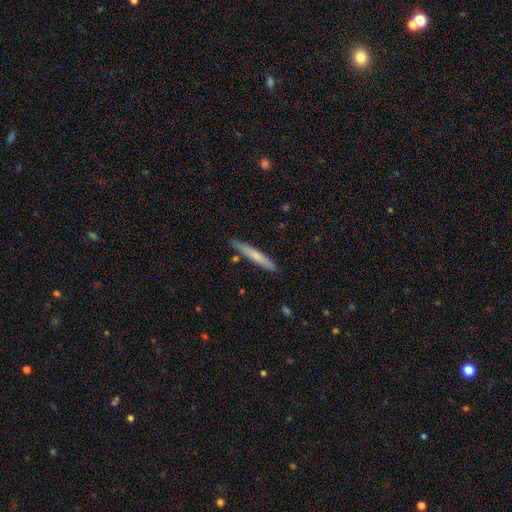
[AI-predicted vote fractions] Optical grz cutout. It shows a smooth galaxy with no disk features (63%) that is cigar-shaped (95%). Merging: none (85%).